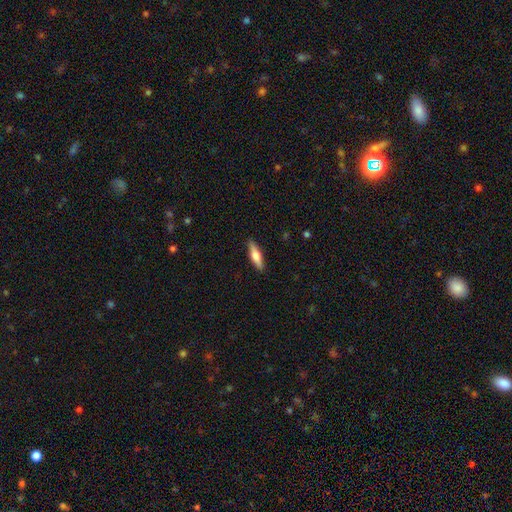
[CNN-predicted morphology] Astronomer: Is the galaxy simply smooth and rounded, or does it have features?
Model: smooth — 55% (runner-up: featured or disk, 40%).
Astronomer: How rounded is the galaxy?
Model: cigar-shaped — 67%.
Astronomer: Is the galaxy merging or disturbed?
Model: none — 89%.